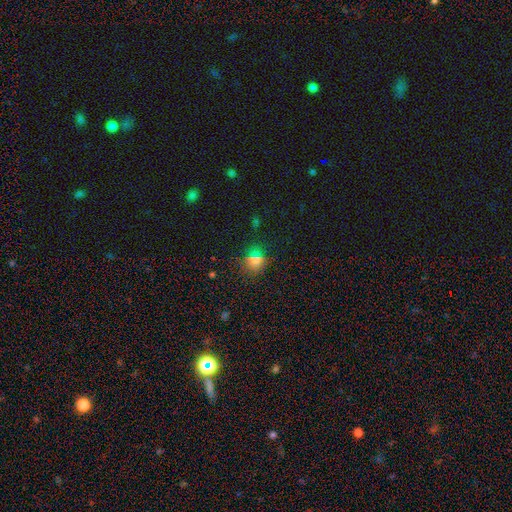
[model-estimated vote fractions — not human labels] The model was most divided on "smooth or featured": smooth: 67%, star or artifact: 26%, featured or disk: 7%. More confident: merging — none (84%); how rounded — round (77%).